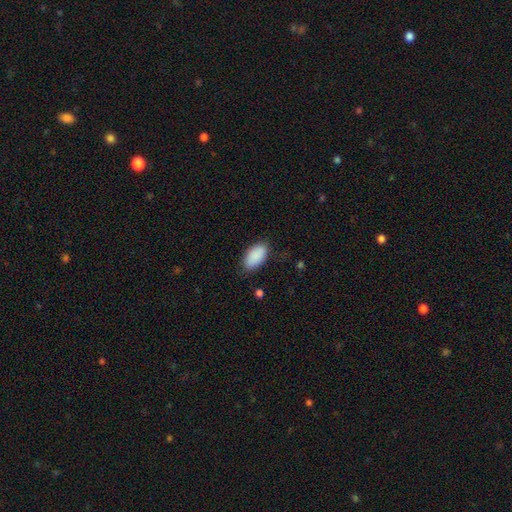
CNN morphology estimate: smooth-or-featured: smooth: 90% | star or artifact: 6% | featured or disk: 4%
  how-rounded: in between: 94% | cigar-shaped: 3% | round: 2%
  merging: none: 82% | minor disturbance: 14% | major disturbance: 3% | merger: 1%